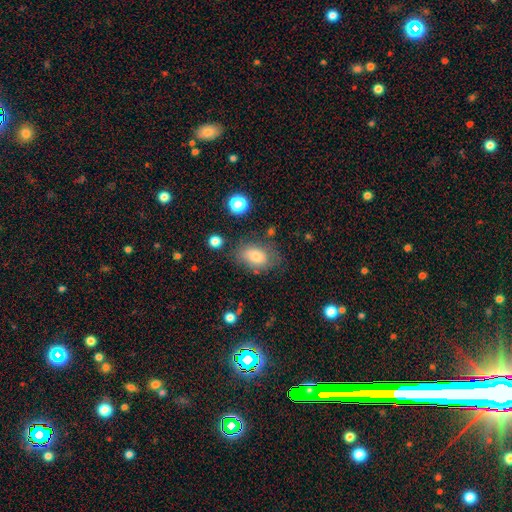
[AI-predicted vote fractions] The model was most divided on "merging": none: 71%, minor disturbance: 18%, major disturbance: 6%, merger: 4%. More confident: how rounded — in between (82%); smooth or featured — smooth (76%).